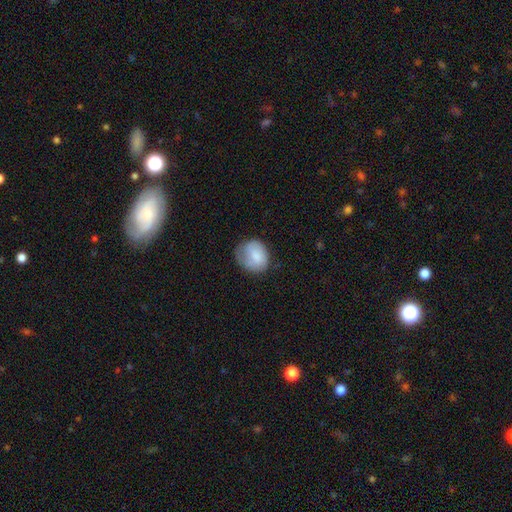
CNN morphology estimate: smooth-or-featured: smooth: 73% | featured or disk: 21% | star or artifact: 6%
  how-rounded: round: 63% | in between: 36% | cigar-shaped: 1%
  merging: none: 52% | minor disturbance: 32% | major disturbance: 14% | merger: 2%